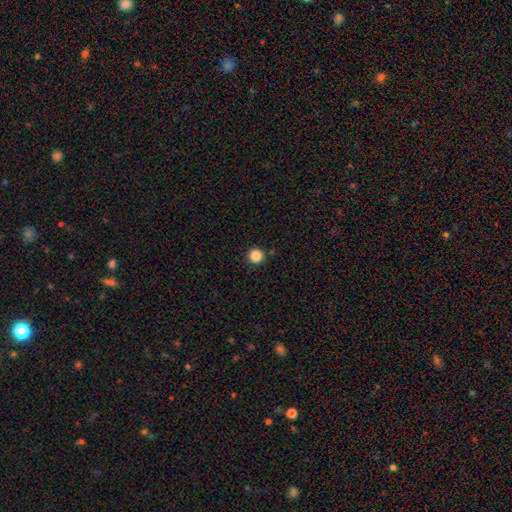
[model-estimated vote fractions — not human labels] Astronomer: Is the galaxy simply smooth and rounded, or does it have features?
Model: smooth — 87%.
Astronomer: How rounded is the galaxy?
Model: round — 95%.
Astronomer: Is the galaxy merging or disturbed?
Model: none — 90%.